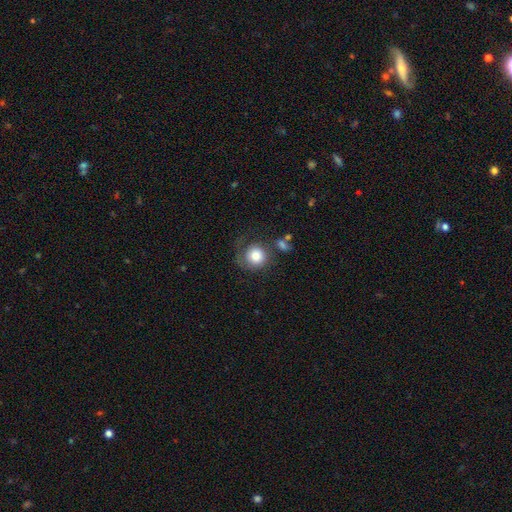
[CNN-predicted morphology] Smooth or featured? smooth (77%)
How rounded? round (89%)
Merging? none (52%)